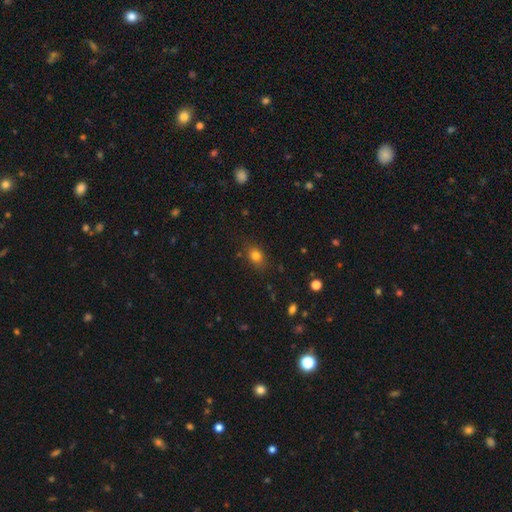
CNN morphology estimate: Smooth or featured: smooth — 80% (star or artifact — 13%)
How rounded: in between — 57% (round — 41%)
Merging: none — 81% (minor disturbance — 14%)